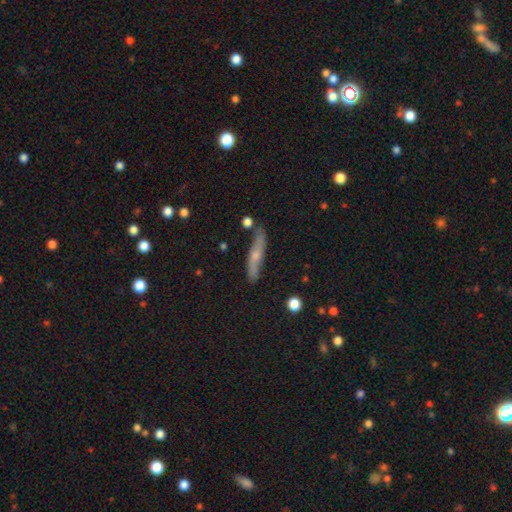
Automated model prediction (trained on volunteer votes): This appears to be a featured or disk galaxy (48%). Merging: none (79%).